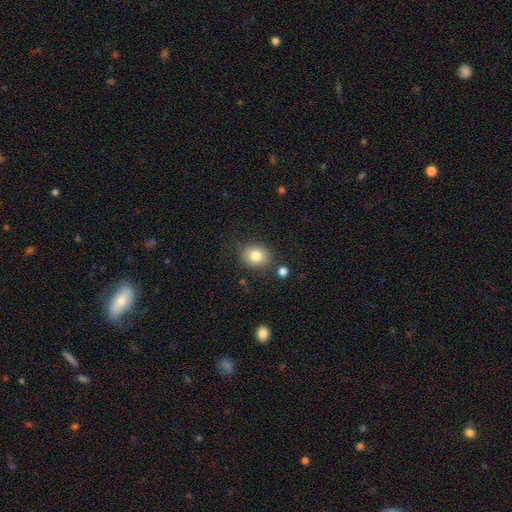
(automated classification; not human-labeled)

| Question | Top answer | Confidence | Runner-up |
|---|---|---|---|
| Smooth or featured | smooth | 83% | star or artifact (9%) |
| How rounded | round | 62% | in between (37%) |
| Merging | none | 81% | minor disturbance (12%) |